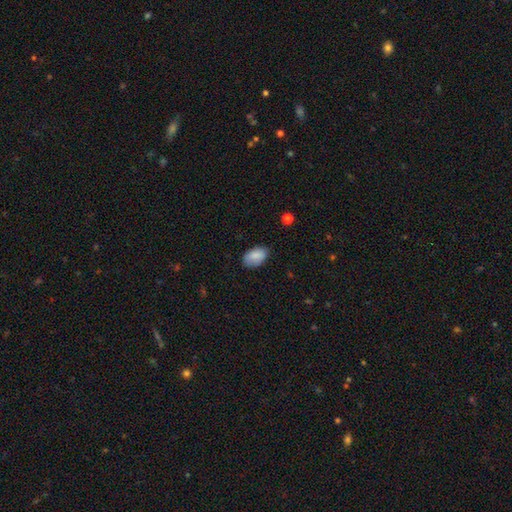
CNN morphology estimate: smooth 85%, featured or disk 8%, star or artifact 7%. Down the decision tree: how rounded — in between (93%); merging — none (76%).